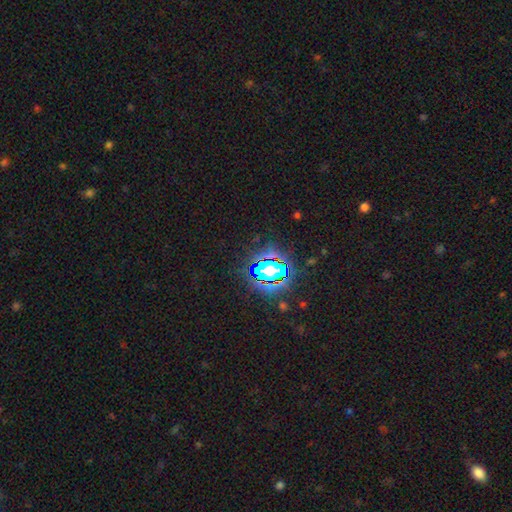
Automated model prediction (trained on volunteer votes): smooth_or_featured: star or artifact (p=0.84) [alt: smooth p=0.10]